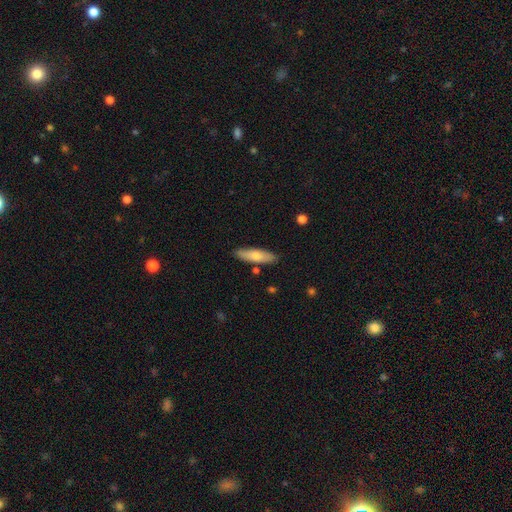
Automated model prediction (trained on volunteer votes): Smooth or featured? smooth (71%)
How rounded? cigar-shaped (61%)
Merging? none (85%)